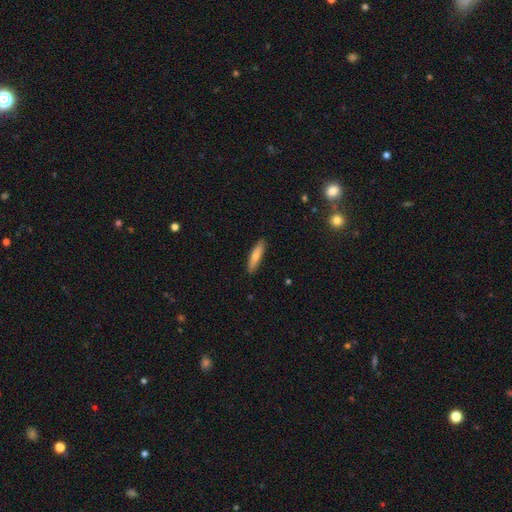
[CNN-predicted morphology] smooth_or_featured: smooth (p=0.73) [alt: featured or disk p=0.21]
how_rounded: cigar-shaped (p=0.79) [alt: in between p=0.19]
merging: none (p=0.89) [alt: minor disturbance p=0.08]